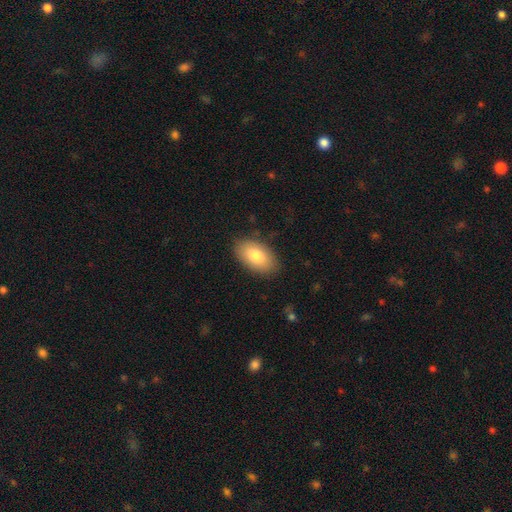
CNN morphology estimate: Smooth or featured: smooth — 80% (featured or disk — 14%)
How rounded: in between — 94% (round — 4%)
Merging: none — 86% (minor disturbance — 11%)